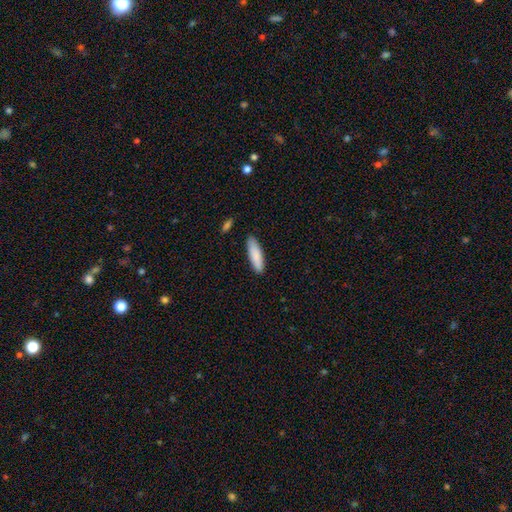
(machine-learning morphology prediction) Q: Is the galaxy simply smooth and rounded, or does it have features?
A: smooth — 87%.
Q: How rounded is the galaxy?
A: cigar-shaped — 60%.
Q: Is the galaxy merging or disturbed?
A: none — 87%.